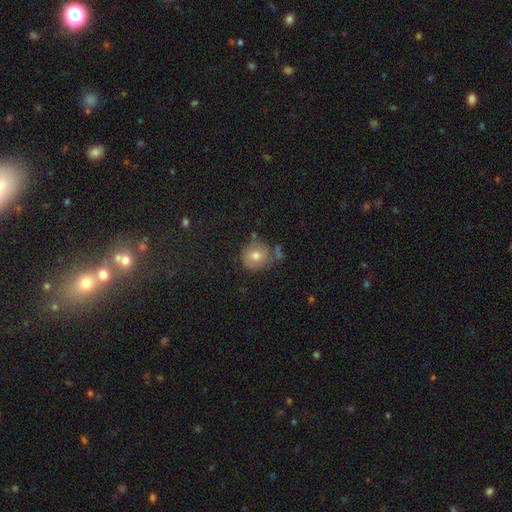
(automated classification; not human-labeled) This is likely a smooth galaxy (70%). How rounded: clearly round (90%). Merging: likely none (67%).